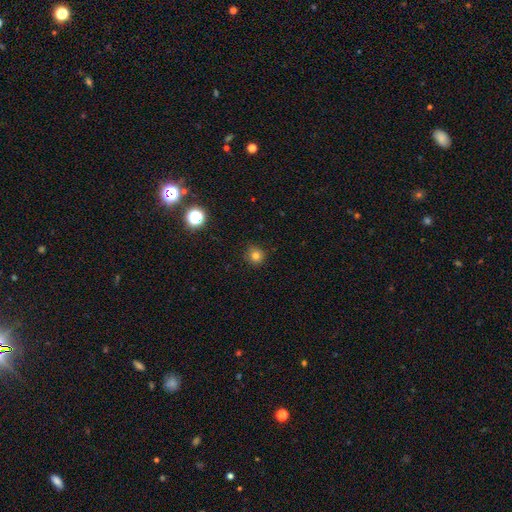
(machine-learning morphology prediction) This is likely a smooth galaxy (78%). How rounded: clearly round (93%). Merging: clearly none (88%).